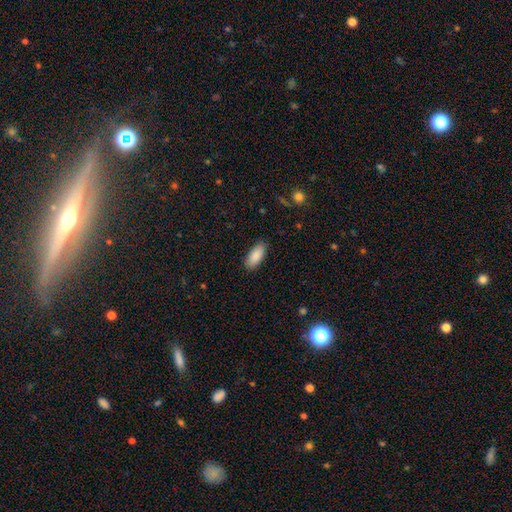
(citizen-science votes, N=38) A smooth galaxy with no disk features (95%) that is in between round and cigar-shaped (92%).

Vote fractions:
- Smooth or featured? smooth: 95% / featured or disk: 3% / star or artifact: 3%
- How rounded? in between: 92% / cigar-shaped: 8% / round: 0%
- Merging? none: 92% / minor disturbance: 8% / major disturbance: 0% / merger: 0%